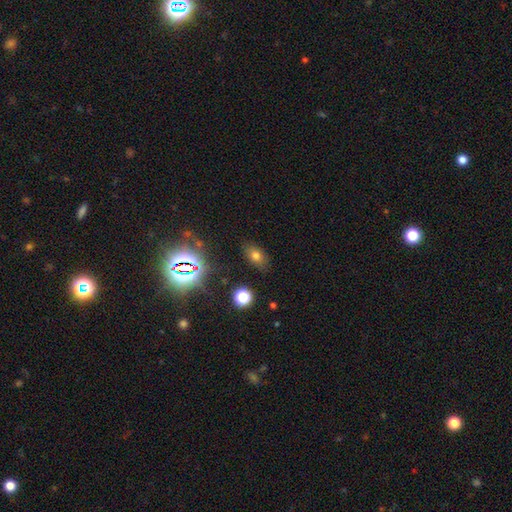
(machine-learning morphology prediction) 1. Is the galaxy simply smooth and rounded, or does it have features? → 66% smooth, 22% star or artifact, 11% featured or disk.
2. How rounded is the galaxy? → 81% in between, 16% round, 3% cigar-shaped.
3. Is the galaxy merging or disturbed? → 83% none, 12% minor disturbance, 4% major disturbance, 2% merger.